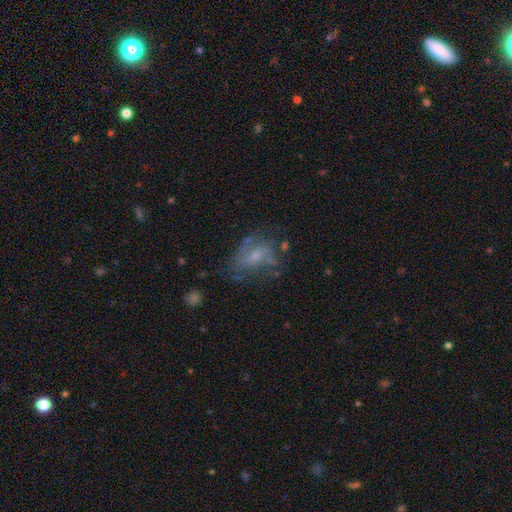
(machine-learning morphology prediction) Q: Smooth or featured?
A: featured or disk (53%); runner-up: smooth (35%)
Q: Edge-on disk?
A: no (96%); runner-up: yes (4%)
Q: Bar?
A: no (64%); runner-up: weak (30%)
Q: Spiral arms?
A: no (50%); tied with: yes (50%)
Q: Bulge size?
A: small (48%); runner-up: moderate (34%)
Q: Merging?
A: none (46%); runner-up: minor disturbance (25%)